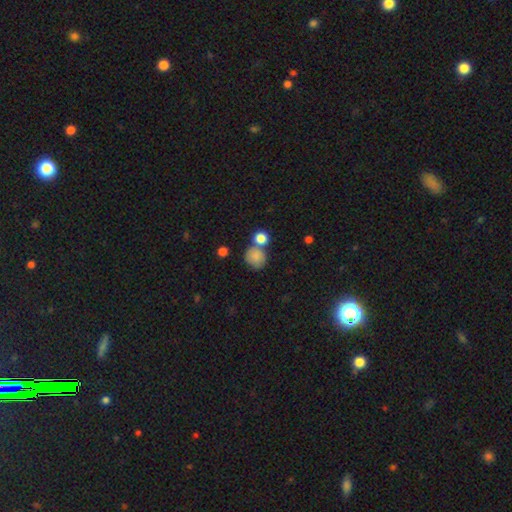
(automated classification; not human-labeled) smooth 83%, star or artifact 9%, featured or disk 7%. Down the decision tree: how rounded — round (84%); merging — none (55%).